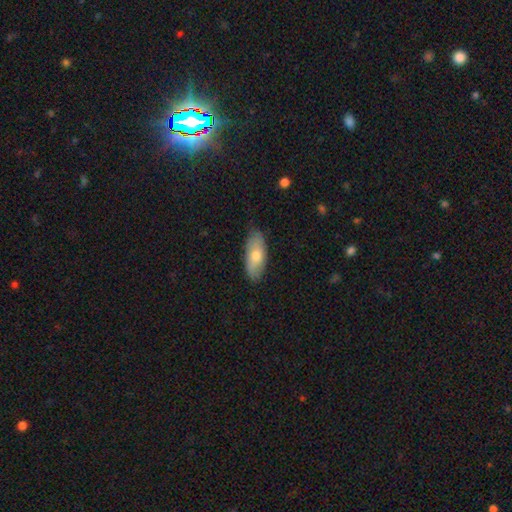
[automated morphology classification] The model was most divided on "smooth or featured": smooth: 69%, featured or disk: 25%, star or artifact: 6%. More confident: how rounded — in between (82%); merging — none (81%).